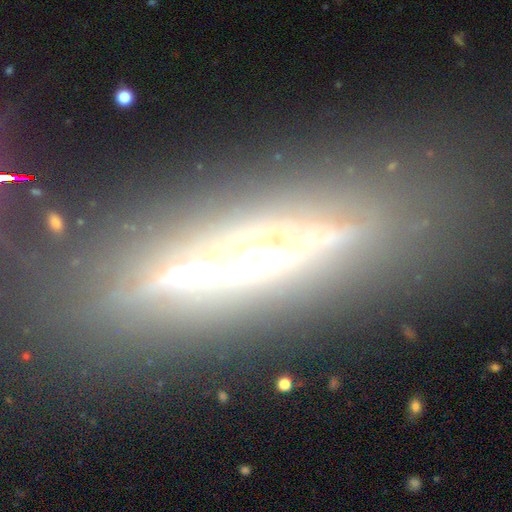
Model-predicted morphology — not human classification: featured or disk 76%, smooth 12%, star or artifact 12%. Down the decision tree: edge-on disk — yes (88%); edge-on bulge — rounded (42%); merging — none (75%).